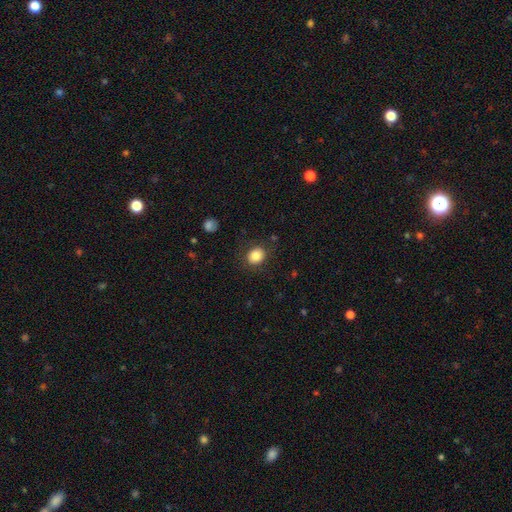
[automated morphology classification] smooth-or-featured: smooth: 84% | star or artifact: 10% | featured or disk: 7%
  how-rounded: round: 66% | in between: 34% | cigar-shaped: 1%
  merging: none: 85% | minor disturbance: 10% | major disturbance: 4% | merger: 1%